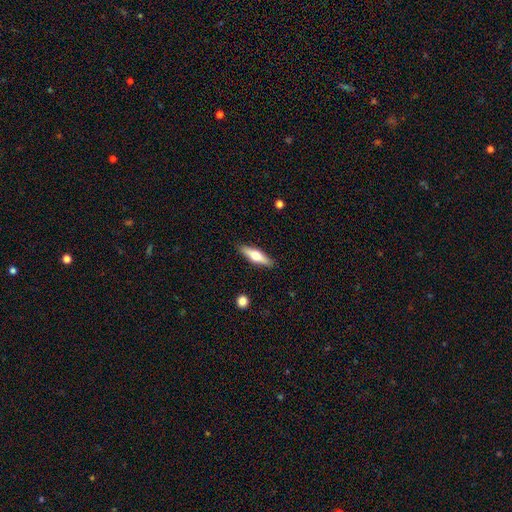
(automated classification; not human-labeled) smooth 50%, featured or disk 44%, star or artifact 6%. Down the decision tree: how rounded — cigar-shaped (61%); merging — none (89%).